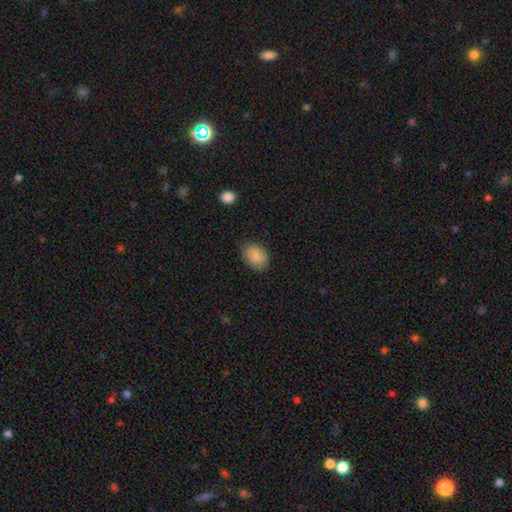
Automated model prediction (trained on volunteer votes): Q: Smooth or featured?
A: smooth (87%); runner-up: star or artifact (7%)
Q: How rounded?
A: in between (60%); runner-up: round (39%)
Q: Merging?
A: none (77%); runner-up: minor disturbance (18%)